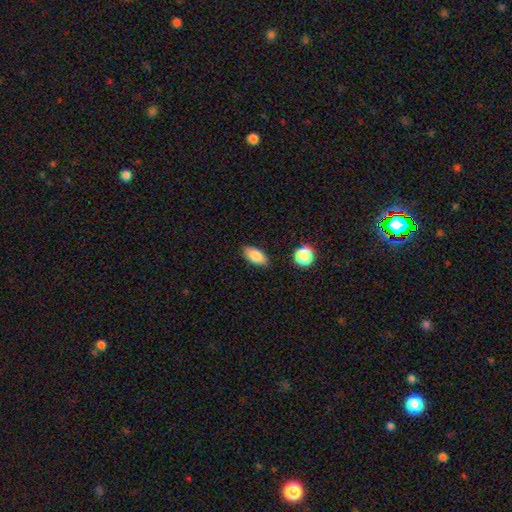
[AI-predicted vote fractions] smooth 85%, star or artifact 8%, featured or disk 7%. Down the decision tree: how rounded — in between (90%); merging — none (86%).